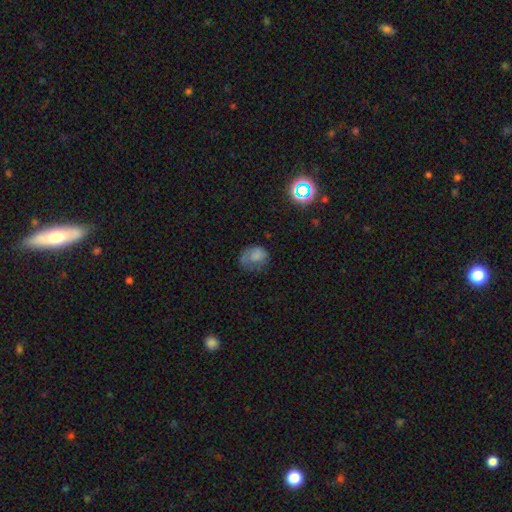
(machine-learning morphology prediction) A smooth galaxy with no disk features (70%) that is in between round and cigar-shaped (53%). Merging: none (42%).